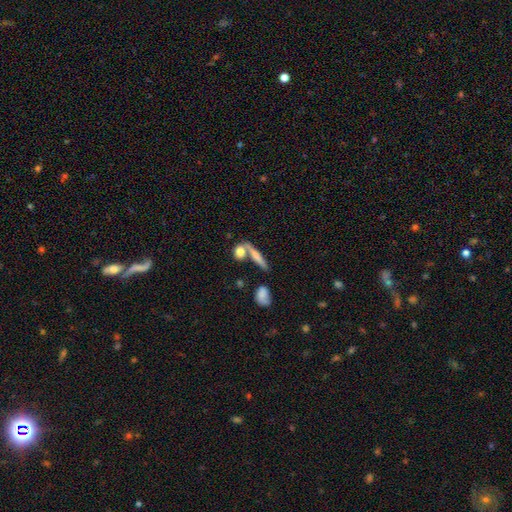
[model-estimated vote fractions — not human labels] smooth 62%, featured or disk 29%, star or artifact 9%. Down the decision tree: how rounded — cigar-shaped (66%); merging — none (56%).